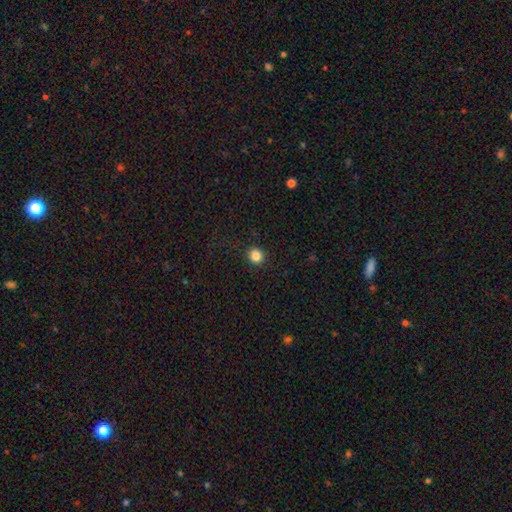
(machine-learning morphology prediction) Q: Smooth or featured?
A: smooth (85%); runner-up: star or artifact (11%)
Q: How rounded?
A: round (89%); runner-up: in between (10%)
Q: Merging?
A: none (92%); runner-up: minor disturbance (5%)